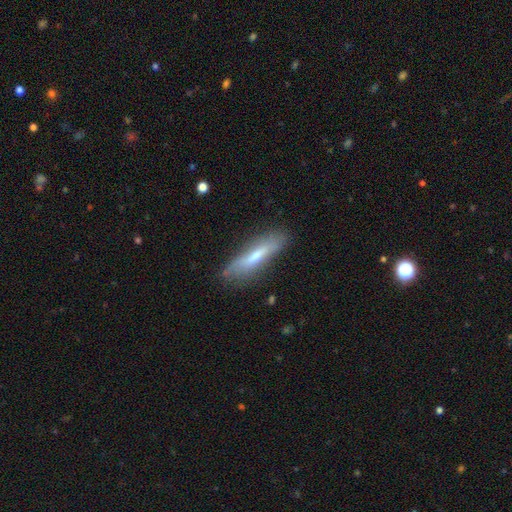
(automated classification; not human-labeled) smooth-or-featured: smooth: 52% | featured or disk: 41% | star or artifact: 7%
  how-rounded: cigar-shaped: 76% | in between: 22% | round: 2%
  merging: none: 76% | minor disturbance: 18% | major disturbance: 5% | merger: 2%